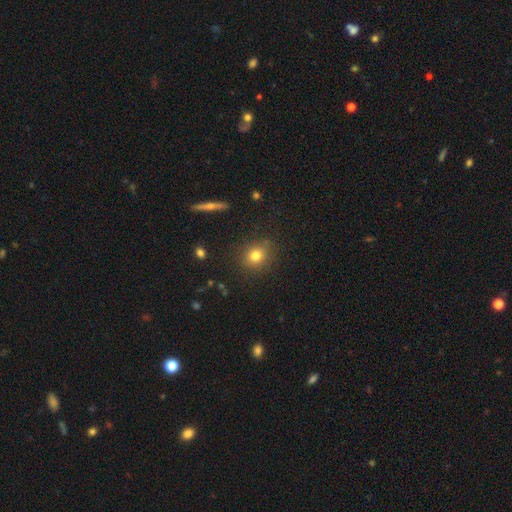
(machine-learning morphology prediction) smooth 78%, star or artifact 13%, featured or disk 9%. Down the decision tree: how rounded — round (77%); merging — none (87%).